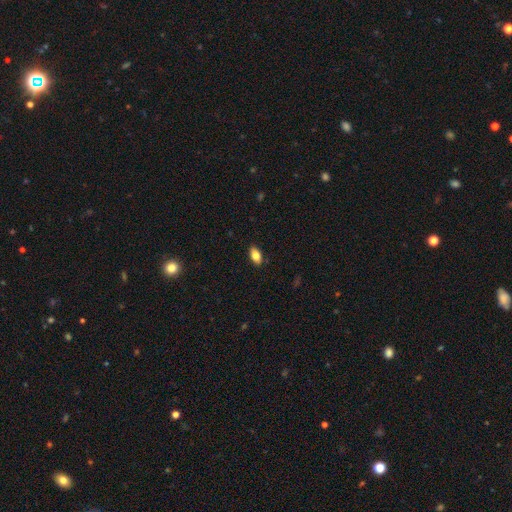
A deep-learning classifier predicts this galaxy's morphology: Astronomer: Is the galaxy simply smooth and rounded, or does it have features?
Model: smooth — 81%.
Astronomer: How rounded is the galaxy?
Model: in between — 91%.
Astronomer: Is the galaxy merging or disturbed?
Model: none — 88%.